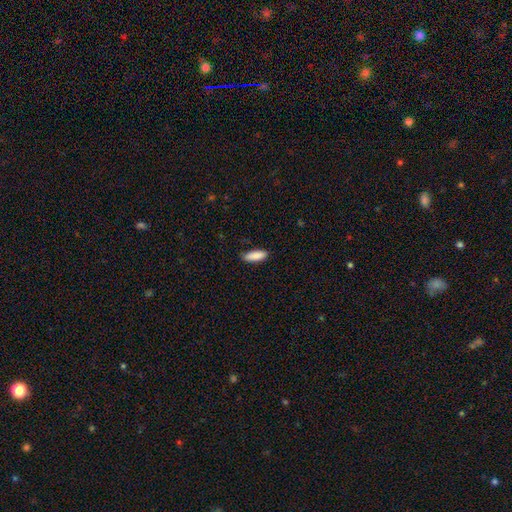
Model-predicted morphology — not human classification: Smooth or featured: smooth — 89% (star or artifact — 6%)
How rounded: in between — 63% (cigar-shaped — 35%)
Merging: none — 86% (minor disturbance — 11%)